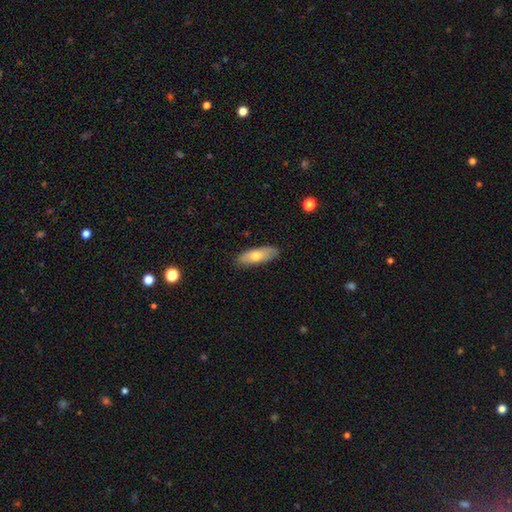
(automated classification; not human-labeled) smooth_or_featured: smooth (p=0.70) [alt: featured or disk p=0.24]
how_rounded: in between (p=0.65) [alt: cigar-shaped p=0.32]
merging: none (p=0.82) [alt: minor disturbance p=0.14]